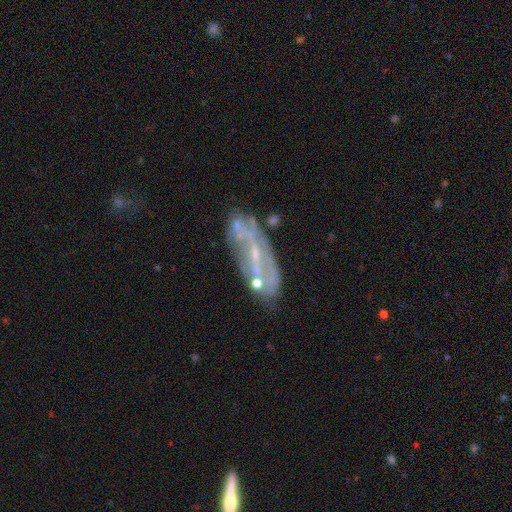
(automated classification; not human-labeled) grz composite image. It shows a featured or disk galaxy (75%) with a strong bar (37%), spiral arms (59%) and a small central bulge (68%). Merging: none (61%).